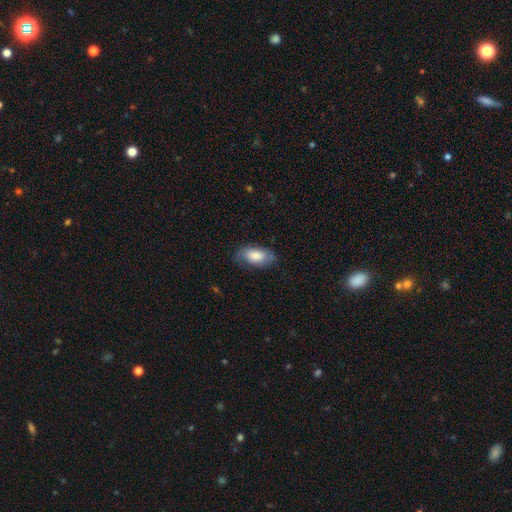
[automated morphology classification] type=smooth (76%); roundness=in between (92%); merging=none (69%).